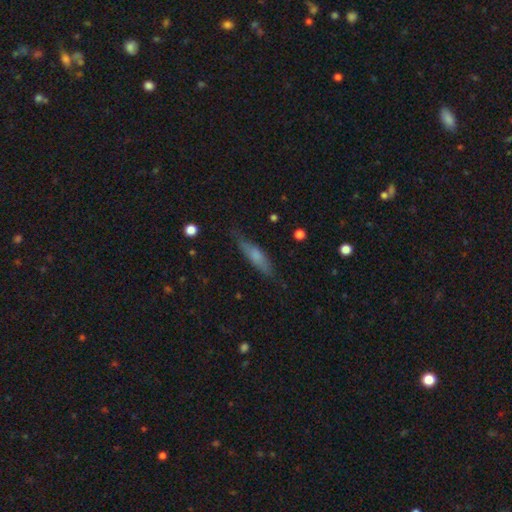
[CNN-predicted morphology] A smooth galaxy with no disk features (63%) that is cigar-shaped (73%).

Vote fractions:
- Smooth or featured? smooth: 63% / featured or disk: 29% / star or artifact: 7%
- How rounded? cigar-shaped: 73% / in between: 25% / round: 2%
- Merging? none: 73% / minor disturbance: 20% / major disturbance: 5% / merger: 2%